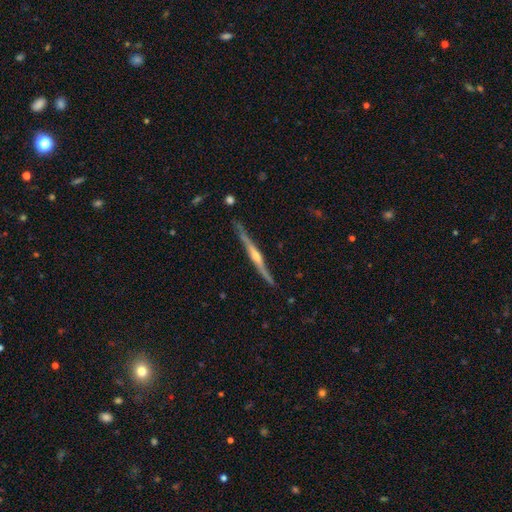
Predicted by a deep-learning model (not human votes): This appears to be a featured or disk galaxy (79%) viewed edge-on (98%) with a rounded central bulge (74%). Merging: none (82%).